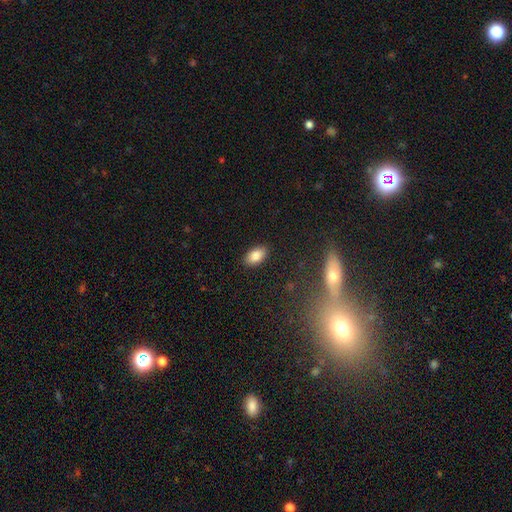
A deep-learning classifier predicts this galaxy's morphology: smooth_or_featured: smooth (p=0.85) [alt: star or artifact p=0.08]
how_rounded: in between (p=0.93) [alt: round p=0.05]
merging: none (p=0.88) [alt: minor disturbance p=0.09]